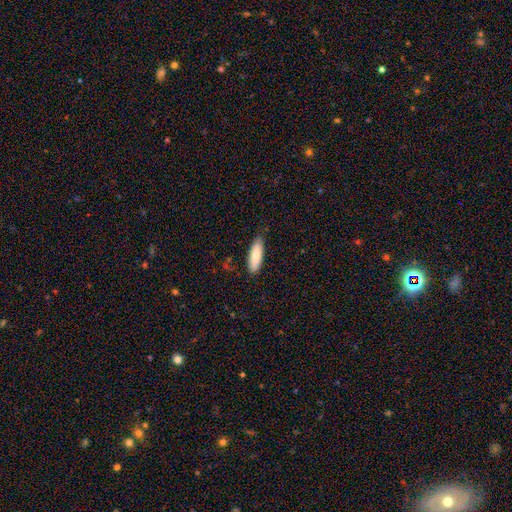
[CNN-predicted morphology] smooth-or-featured: smooth: 80% | featured or disk: 14% | star or artifact: 6%
  how-rounded: in between: 57% | cigar-shaped: 41% | round: 2%
  merging: none: 84% | minor disturbance: 13% | major disturbance: 2% | merger: 1%